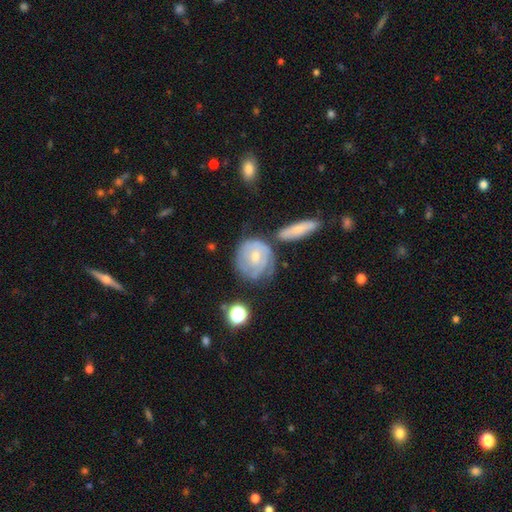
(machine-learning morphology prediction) This appears to be a featured or disk galaxy (66%) with no bar (60%), tight (67%) spiral arms (82%) and a small central bulge (50%). Merging: none (53%).